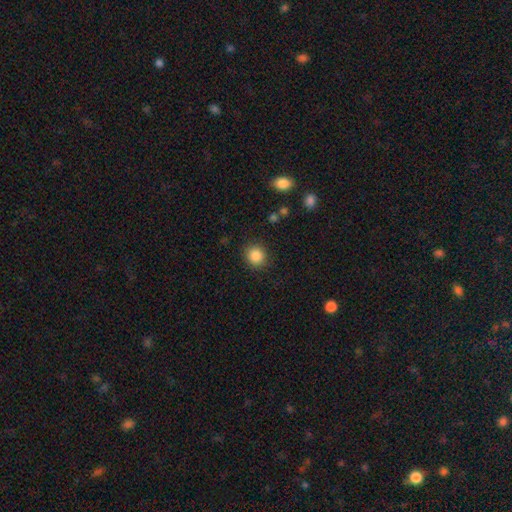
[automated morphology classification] The model was most divided on "how rounded": round: 86%, in between: 13%, cigar-shaped: 1%. More confident: merging — none (88%); smooth or featured — smooth (86%).